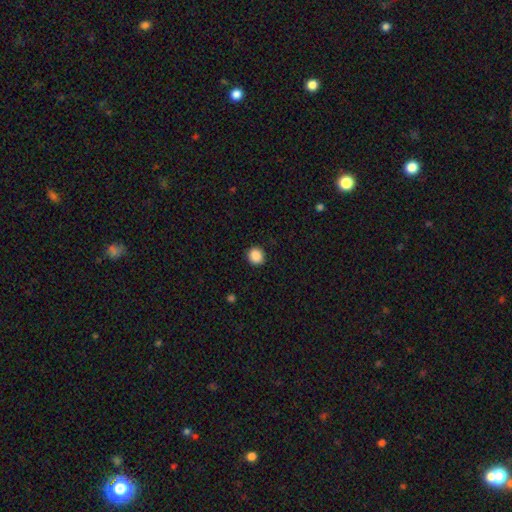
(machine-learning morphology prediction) Smooth or featured?
  - smooth: 88% *
  - star or artifact: 9%
  - featured or disk: 3%
How rounded?
  - round: 88% *
  - in between: 11%
  - cigar-shaped: 1%
Merging?
  - none: 91% *
  - minor disturbance: 6%
  - major disturbance: 2%
  - merger: 1%